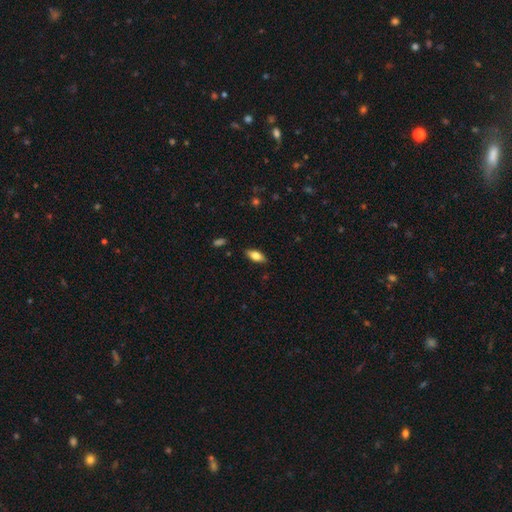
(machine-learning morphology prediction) type=smooth (74%); roundness=in between (82%); merging=none (87%).